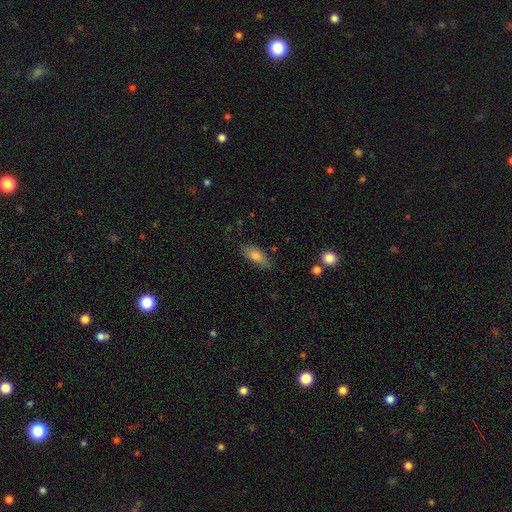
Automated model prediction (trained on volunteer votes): Smooth or featured? Predicted: smooth (p=0.79). How rounded? Predicted: in between (p=0.77). Merging? Predicted: none (p=0.80).